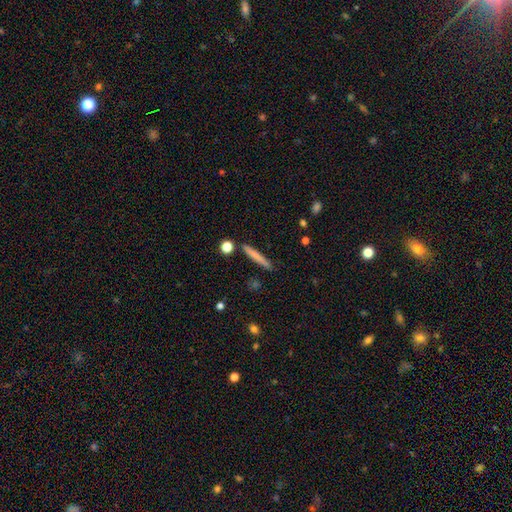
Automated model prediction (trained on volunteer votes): Smooth or featured?
  - smooth: 71% *
  - featured or disk: 23%
  - star or artifact: 6%
How rounded?
  - cigar-shaped: 95% *
  - in between: 3%
  - round: 2%
Merging?
  - none: 88% *
  - minor disturbance: 8%
  - merger: 3%
  - major disturbance: 2%